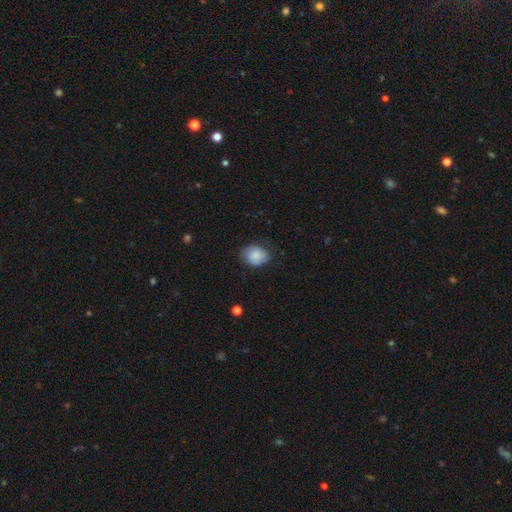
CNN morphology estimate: Smooth or featured: smooth — 76% (featured or disk — 16%)
How rounded: round — 55% (in between — 44%)
Merging: none — 65% (minor disturbance — 27%)